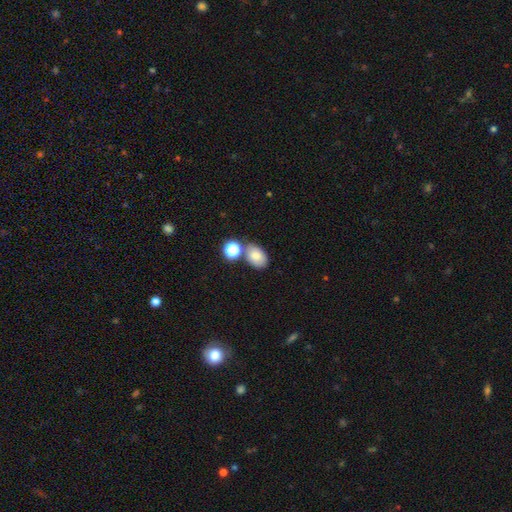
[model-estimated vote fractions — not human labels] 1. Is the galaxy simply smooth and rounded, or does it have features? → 80% smooth, 11% star or artifact, 9% featured or disk.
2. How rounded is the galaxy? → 82% in between, 17% round, 1% cigar-shaped.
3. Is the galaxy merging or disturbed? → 62% none, 20% merger, 14% minor disturbance, 4% major disturbance.